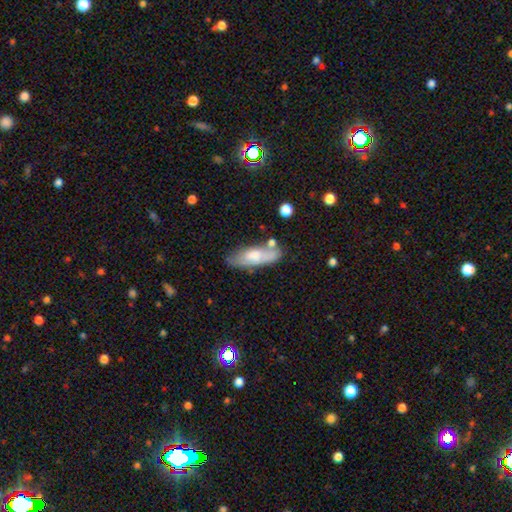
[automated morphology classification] smooth 65%, featured or disk 28%, star or artifact 7%. Down the decision tree: how rounded — in between (66%); merging — none (57%).